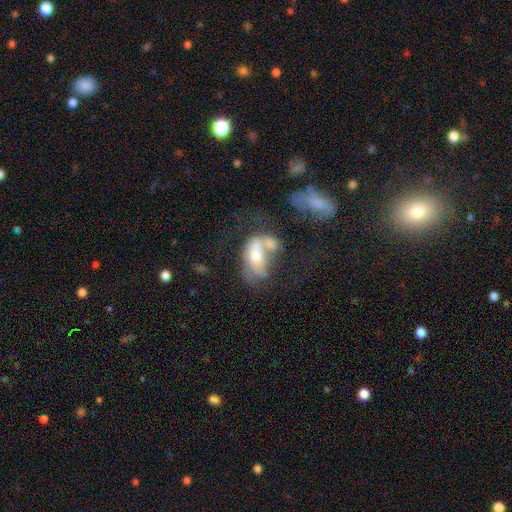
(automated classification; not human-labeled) Smooth or featured? Predicted: smooth (p=0.48). Merging? Predicted: merger (p=0.52).